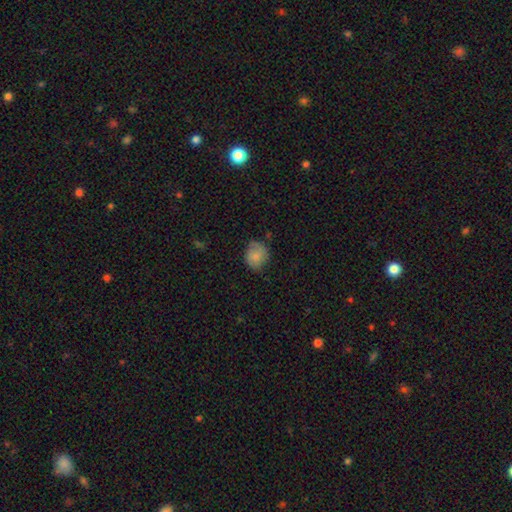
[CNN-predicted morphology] This appears to be a smooth galaxy with no disk features (77%) that is round (66%). Merging: none (63%).